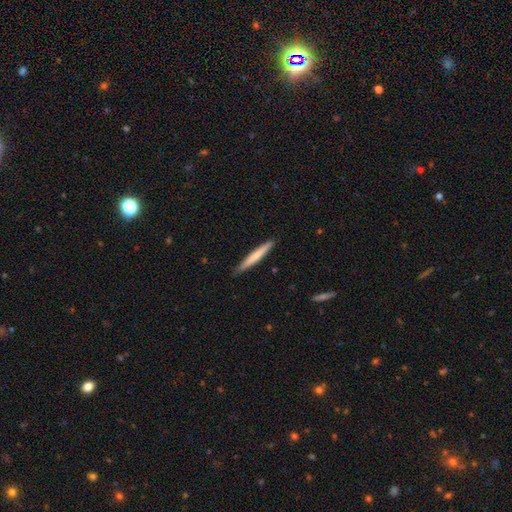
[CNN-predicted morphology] A smooth galaxy with no disk features (65%) that is cigar-shaped (96%). Merging: none (88%).